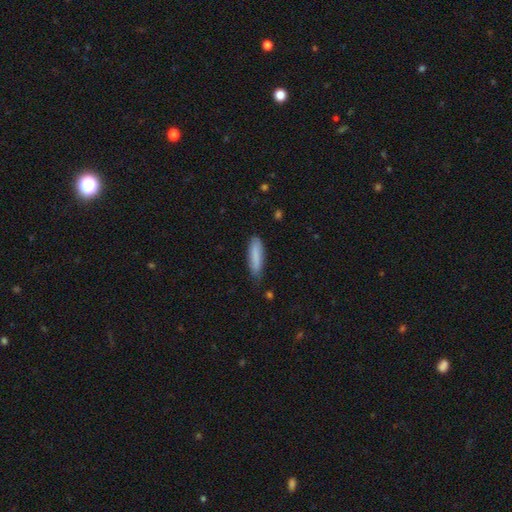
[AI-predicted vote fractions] A smooth galaxy with no disk features (85%) that is cigar-shaped (65%). Merging: none (74%).